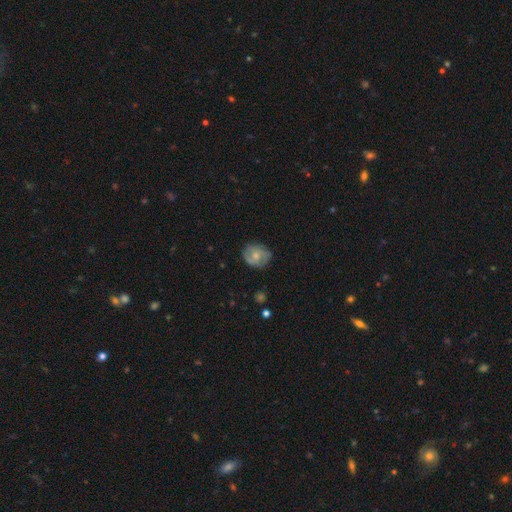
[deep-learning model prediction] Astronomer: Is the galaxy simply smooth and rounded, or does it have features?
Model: smooth — 48% (runner-up: featured or disk, 45%).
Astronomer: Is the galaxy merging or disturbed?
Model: none — 74%.